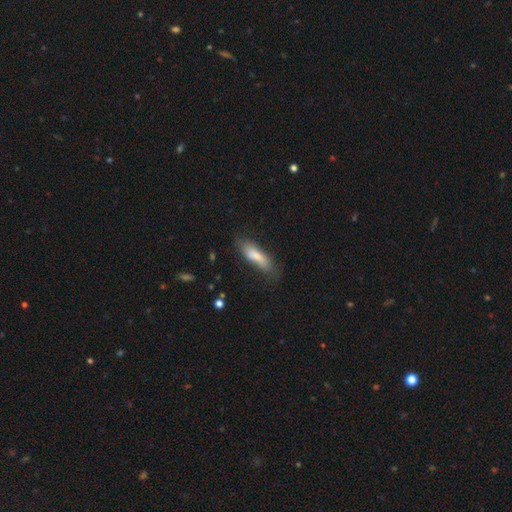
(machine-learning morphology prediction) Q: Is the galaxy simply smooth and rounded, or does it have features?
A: smooth — 76%.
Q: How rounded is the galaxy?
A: cigar-shaped — 53%.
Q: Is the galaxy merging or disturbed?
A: none — 65%.